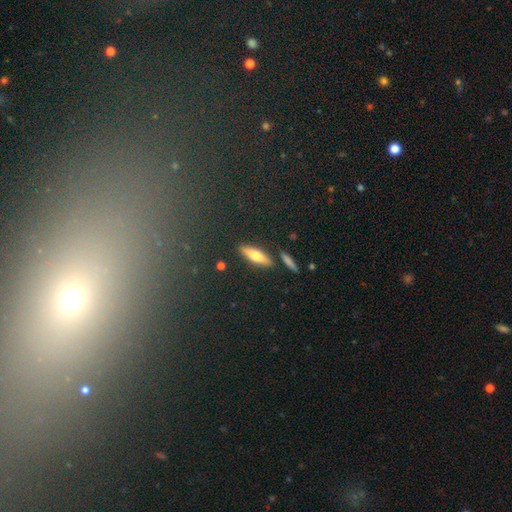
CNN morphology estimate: Smooth or featured: smooth — 71% (featured or disk — 22%)
How rounded: cigar-shaped — 57% (in between — 40%)
Merging: none — 84% (minor disturbance — 9%)